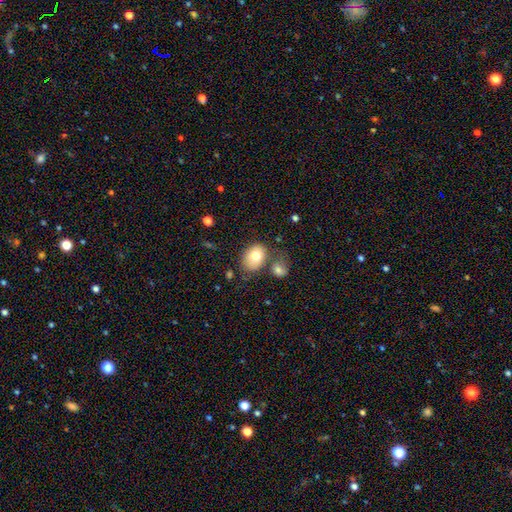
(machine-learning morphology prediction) Overall: smooth (75%). How rounded: in between (69%; round 30%). Merging: none (50%; merger 21%).